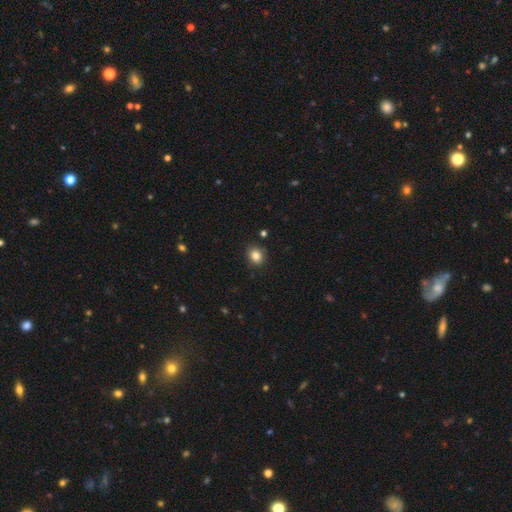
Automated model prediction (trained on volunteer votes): This appears to be a smooth galaxy with no disk features (84%) that is round (70%). Merging: none (87%).